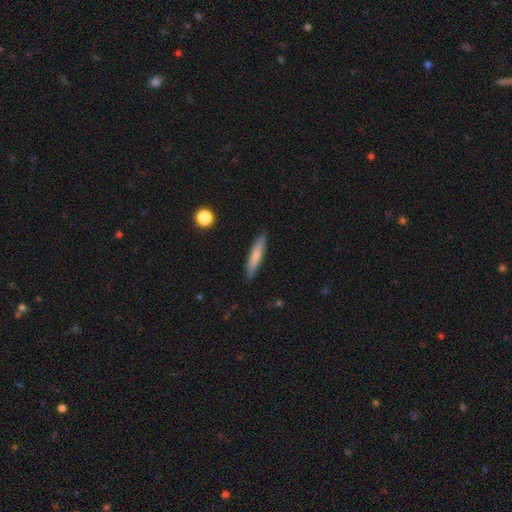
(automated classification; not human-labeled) This is likely a smooth galaxy (75%). How rounded: clearly cigar-shaped (88%). Merging: clearly none (88%).